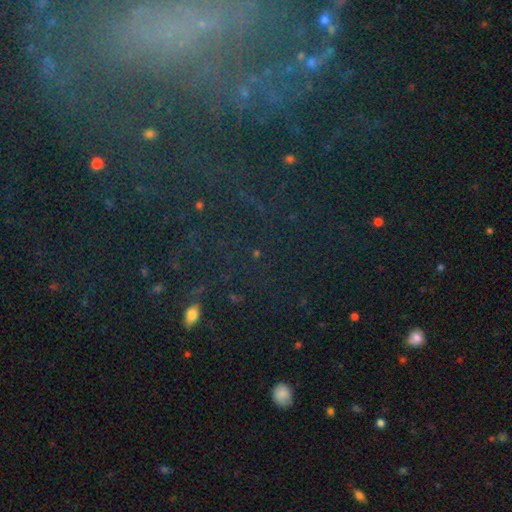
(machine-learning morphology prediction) The model was most divided on "smooth or featured": star or artifact: 60%, featured or disk: 23%, smooth: 17%.